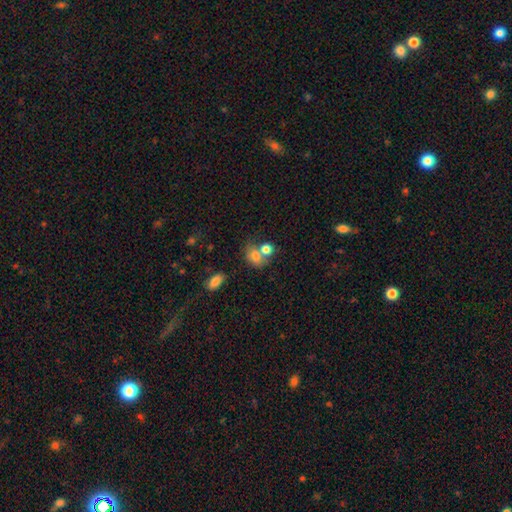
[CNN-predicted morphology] Q: Smooth or featured?
A: smooth (75%); runner-up: featured or disk (14%)
Q: How rounded?
A: round (50%); runner-up: in between (48%)
Q: Merging?
A: merger (49%); runner-up: none (35%)